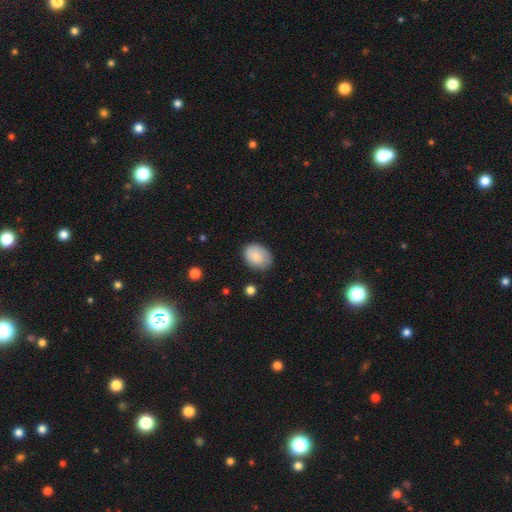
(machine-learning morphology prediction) A smooth galaxy with no disk features (84%) that is in between round and cigar-shaped (71%).

Vote fractions:
- Smooth or featured? smooth: 84% / featured or disk: 9% / star or artifact: 7%
- How rounded? in between: 71% / round: 28% / cigar-shaped: 1%
- Merging? none: 74% / minor disturbance: 20% / major disturbance: 4% / merger: 2%